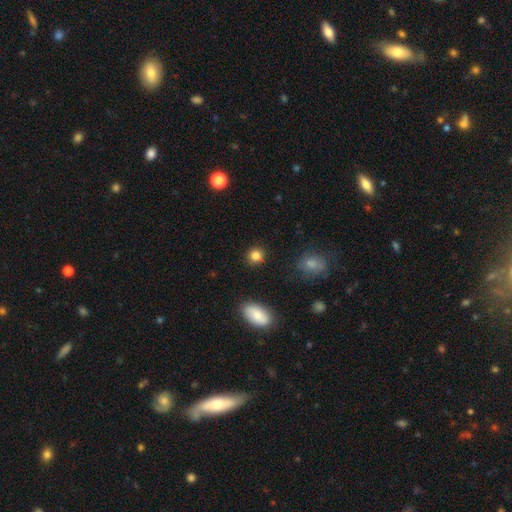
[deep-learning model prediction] The model was most divided on "how rounded": round: 85%, in between: 14%, cigar-shaped: 1%. More confident: merging — none (88%); smooth or featured — smooth (84%).